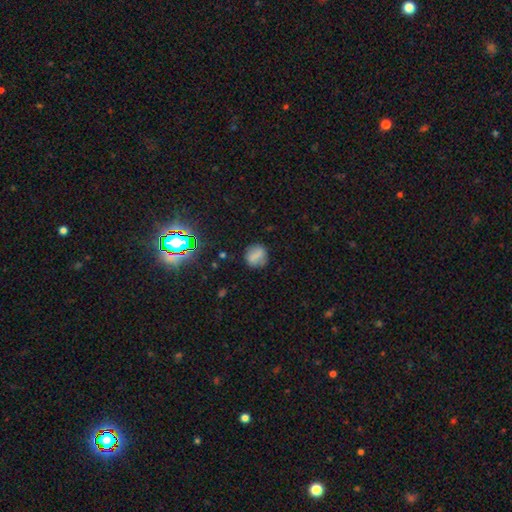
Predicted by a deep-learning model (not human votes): The model was most divided on "how rounded": round: 72%, in between: 25%, cigar-shaped: 2%. More confident: merging — none (80%); smooth or featured — smooth (70%).